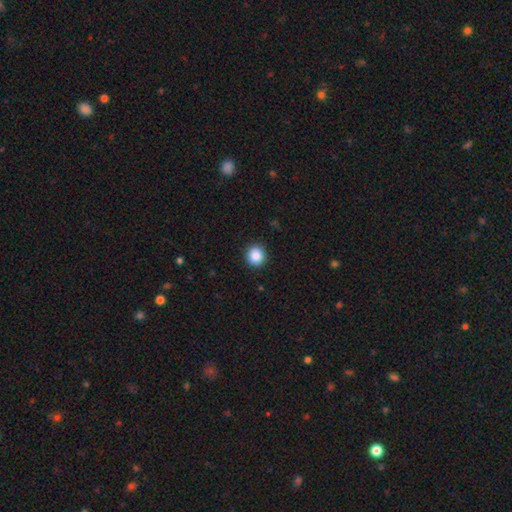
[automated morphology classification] The model was most divided on "how rounded": round: 89%, in between: 10%, cigar-shaped: 1%. More confident: merging — none (92%); smooth or featured — smooth (88%).